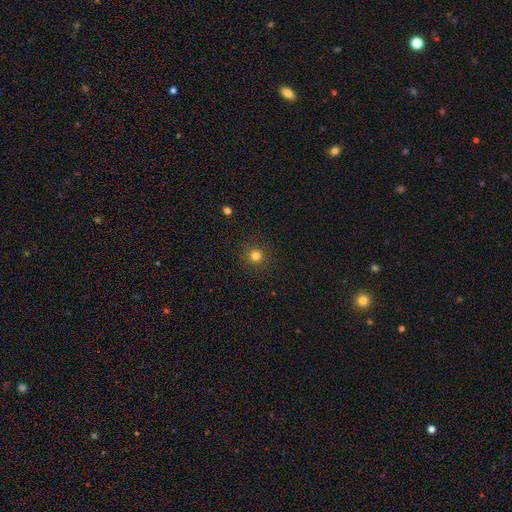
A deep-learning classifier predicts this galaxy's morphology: Smooth or featured: smooth — 79% (star or artifact — 16%)
How rounded: round — 93% (in between — 6%)
Merging: none — 89% (minor disturbance — 7%)